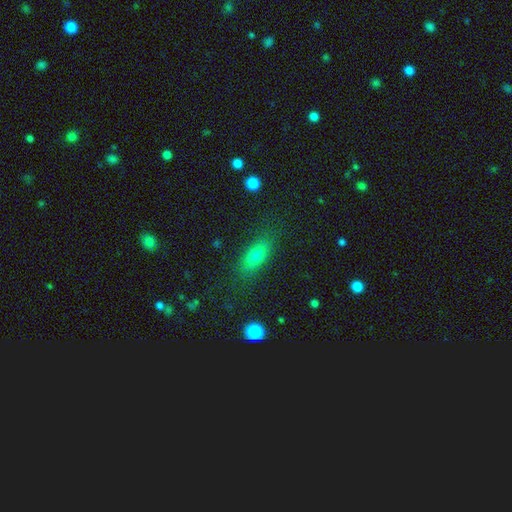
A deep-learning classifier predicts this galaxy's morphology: Smooth or featured: smooth — 71% (featured or disk — 18%)
How rounded: in between — 68% (cigar-shaped — 25%)
Merging: none — 82% (minor disturbance — 12%)